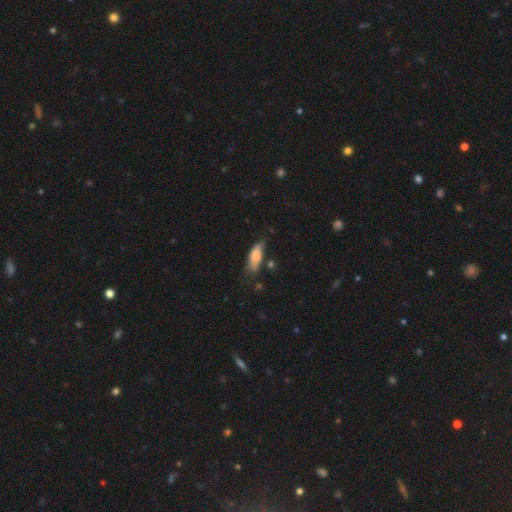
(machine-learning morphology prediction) type=smooth (73%); roundness=in between (67%); merging=none (57%).